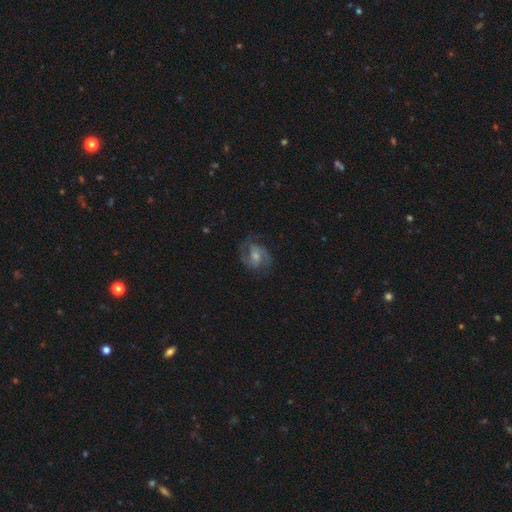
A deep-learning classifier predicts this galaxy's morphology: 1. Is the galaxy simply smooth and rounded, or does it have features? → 80% featured or disk, 14% smooth, 6% star or artifact.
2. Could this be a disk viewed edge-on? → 98% no, 2% yes.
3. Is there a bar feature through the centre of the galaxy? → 47% weak, 35% no, 17% strong.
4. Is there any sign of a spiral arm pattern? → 95% yes, 5% no.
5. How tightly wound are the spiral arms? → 55% medium, 25% tight, 19% loose.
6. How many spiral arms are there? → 86% 2, 5% can't tell, 4% 3, 2% 1, 1% 4, 1% more than 4.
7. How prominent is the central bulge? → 46% moderate, 39% small, 7% none, 7% large, 1% dominant.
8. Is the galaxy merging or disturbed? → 72% none, 17% minor disturbance, 10% major disturbance, 1% merger.